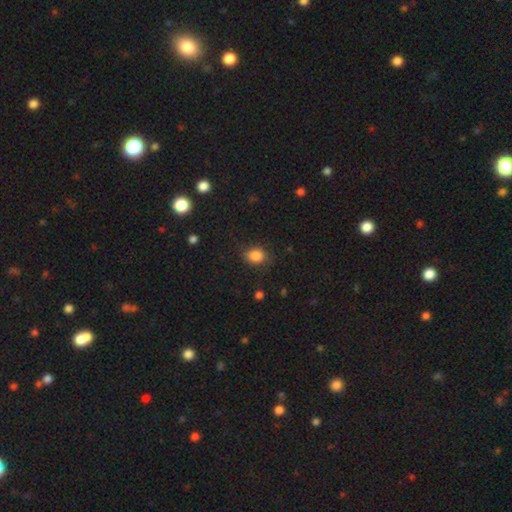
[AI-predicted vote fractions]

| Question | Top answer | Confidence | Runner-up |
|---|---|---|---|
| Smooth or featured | smooth | 84% | star or artifact (11%) |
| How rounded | round | 50% | in between (49%) |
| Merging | none | 79% | minor disturbance (15%) |